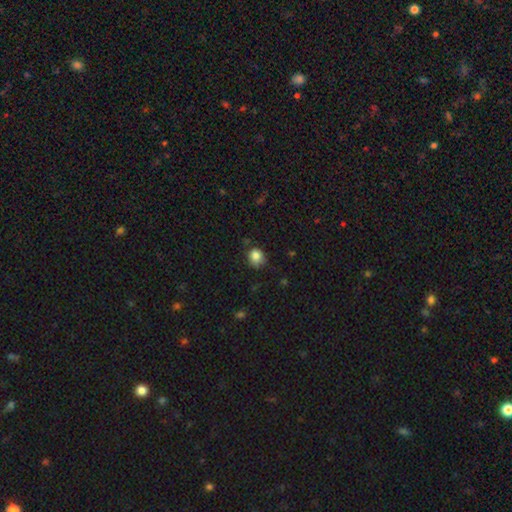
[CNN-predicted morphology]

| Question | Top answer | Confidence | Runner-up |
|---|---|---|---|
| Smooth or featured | smooth | 84% | star or artifact (10%) |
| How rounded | round | 74% | in between (25%) |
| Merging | none | 67% | minor disturbance (25%) |